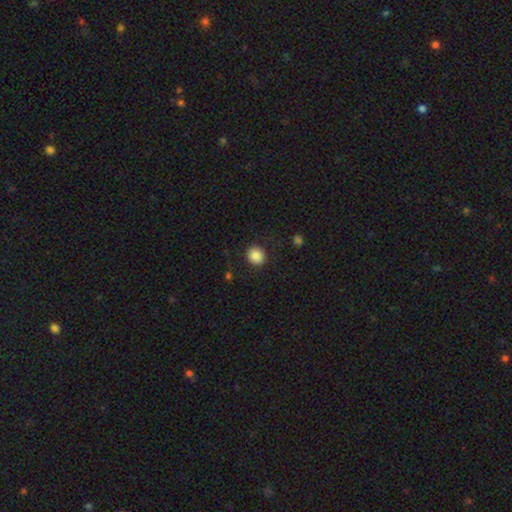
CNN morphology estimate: Q: Smooth or featured?
A: smooth (85%); runner-up: star or artifact (9%)
Q: How rounded?
A: round (81%); runner-up: in between (18%)
Q: Merging?
A: none (88%); runner-up: minor disturbance (7%)